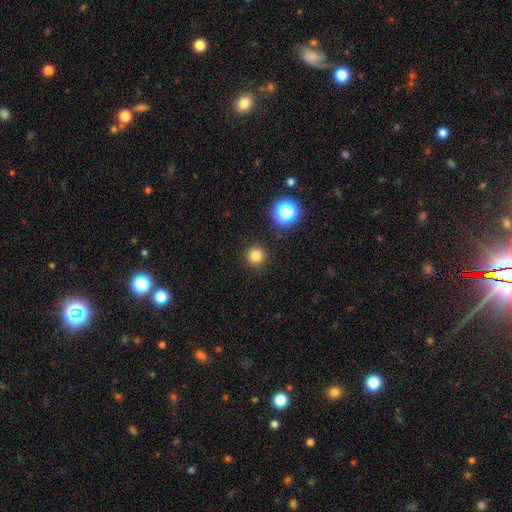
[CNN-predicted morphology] smooth 80%, star or artifact 15%, featured or disk 5%. Down the decision tree: how rounded — round (96%); merging — none (91%).